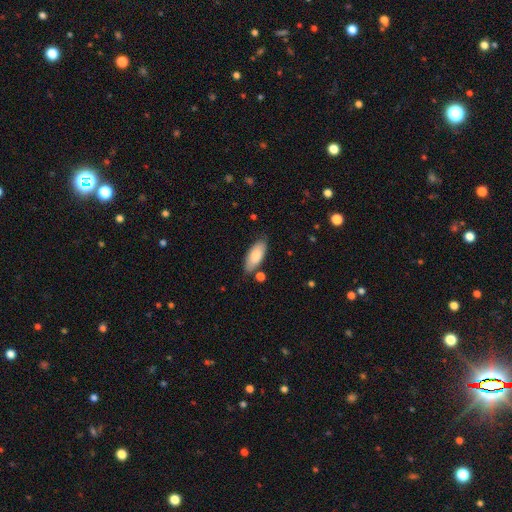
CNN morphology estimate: A smooth galaxy with no disk features (85%) that is in between round and cigar-shaped (81%).

Vote fractions:
- Smooth or featured? smooth: 85% / featured or disk: 9% / star or artifact: 6%
- How rounded? in between: 81% / cigar-shaped: 17% / round: 2%
- Merging? none: 78% / minor disturbance: 15% / merger: 5% / major disturbance: 3%